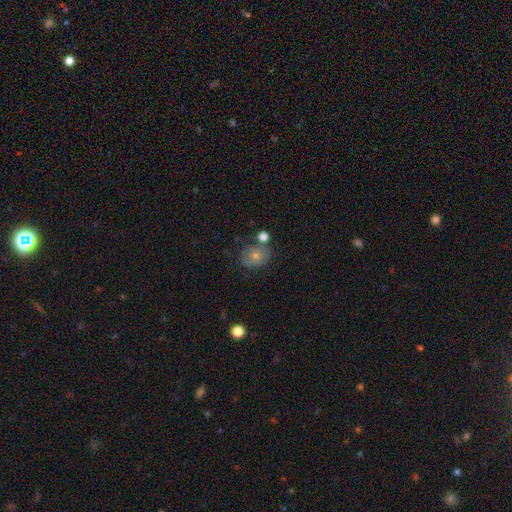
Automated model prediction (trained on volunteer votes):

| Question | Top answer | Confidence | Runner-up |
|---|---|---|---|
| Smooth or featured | smooth | 56% | featured or disk (27%) |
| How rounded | round | 63% | in between (36%) |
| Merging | none | 71% | minor disturbance (14%) |